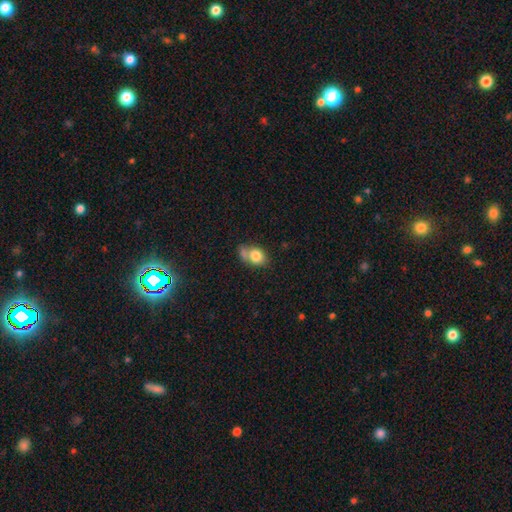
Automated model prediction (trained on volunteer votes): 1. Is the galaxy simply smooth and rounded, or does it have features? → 79% smooth, 12% featured or disk, 9% star or artifact.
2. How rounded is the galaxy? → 59% in between, 39% round, 2% cigar-shaped.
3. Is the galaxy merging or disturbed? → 41% none, 31% merger, 20% minor disturbance, 9% major disturbance.